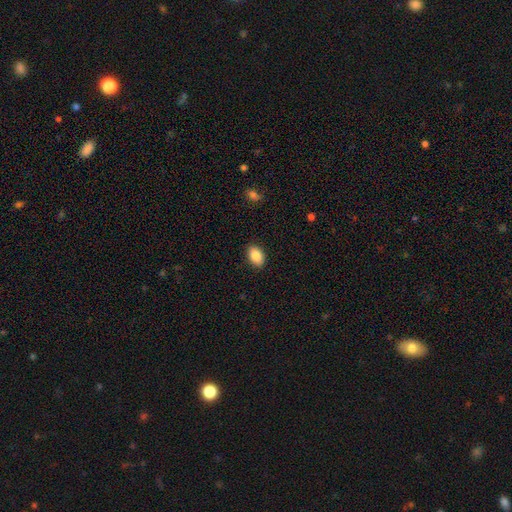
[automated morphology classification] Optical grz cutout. It shows a smooth galaxy with no disk features (87%) that is in between round and cigar-shaped (88%). Merging: none (89%).